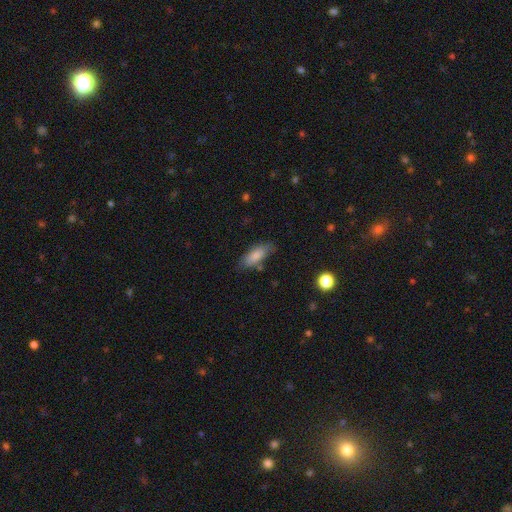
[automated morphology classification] This appears to be a smooth galaxy with no disk features (81%) that is in between round and cigar-shaped (73%). Merging: none (72%).